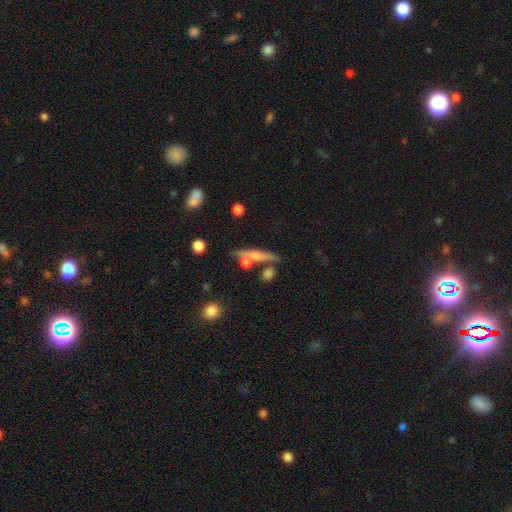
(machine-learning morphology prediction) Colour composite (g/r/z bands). It shows a smooth galaxy with no disk features (53%) that is cigar-shaped (80%). Merging: none (63%).